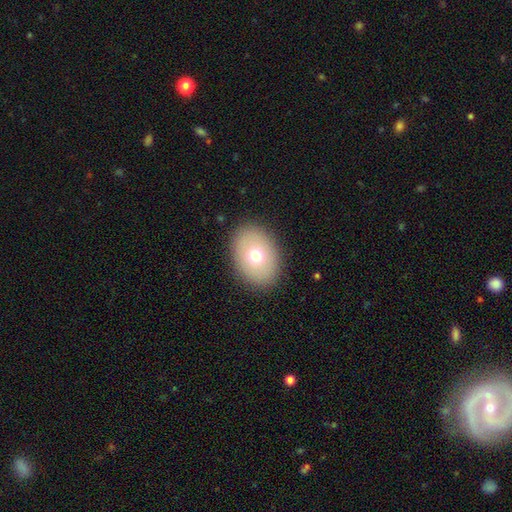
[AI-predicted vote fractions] smooth-or-featured: smooth: 71% | featured or disk: 20% | star or artifact: 10%
  how-rounded: in between: 74% | round: 25% | cigar-shaped: 1%
  merging: none: 88% | minor disturbance: 8% | major disturbance: 3% | merger: 1%